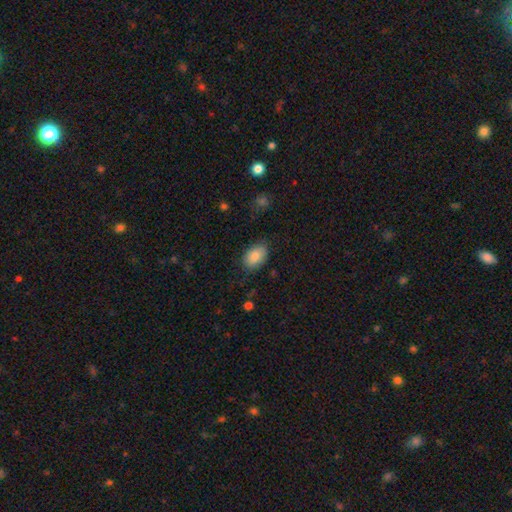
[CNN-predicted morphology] Smooth or featured? smooth (85%)
How rounded? in between (88%)
Merging? none (79%)